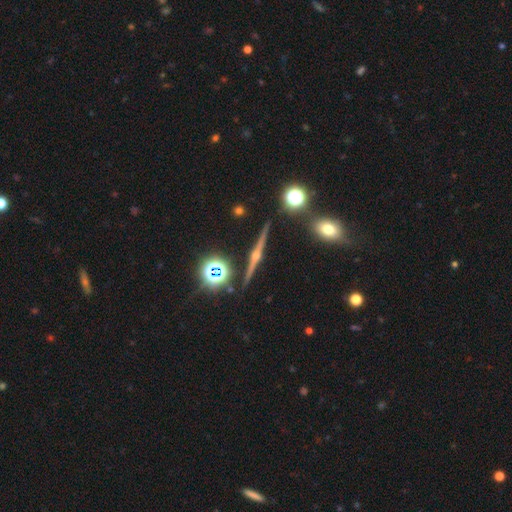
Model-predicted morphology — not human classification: Smooth or featured? featured or disk (81%)
Edge-on disk? yes (98%)
Edge-on bulge? rounded (93%)
Merging? none (91%)